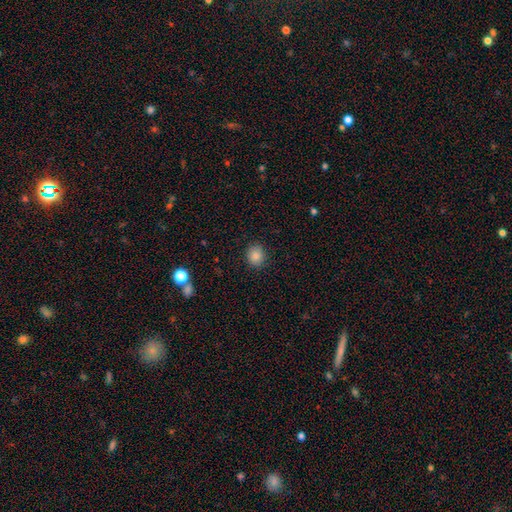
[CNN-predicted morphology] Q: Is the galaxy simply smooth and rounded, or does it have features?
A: smooth — 84%.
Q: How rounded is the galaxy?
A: round — 73%.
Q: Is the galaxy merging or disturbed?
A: none — 88%.